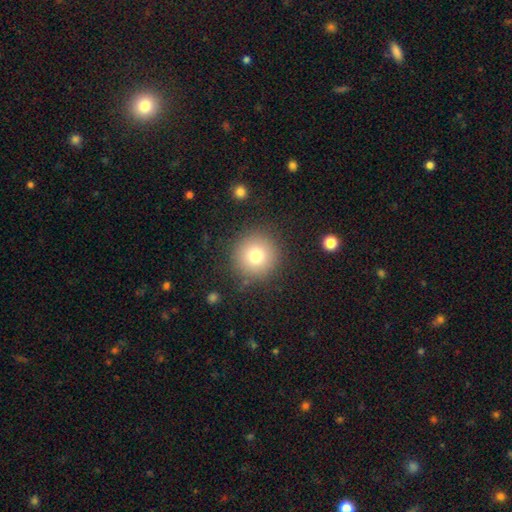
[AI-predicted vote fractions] Smooth or featured: smooth — 77% (star or artifact — 12%)
How rounded: round — 95% (in between — 4%)
Merging: none — 87% (minor disturbance — 8%)